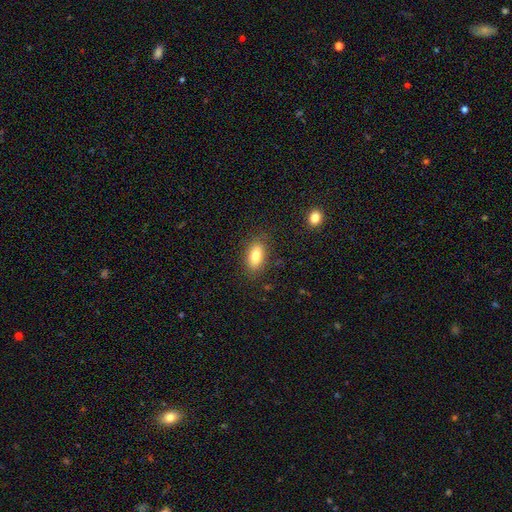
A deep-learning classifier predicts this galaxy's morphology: type=smooth (81%); roundness=in between (88%); merging=none (85%).